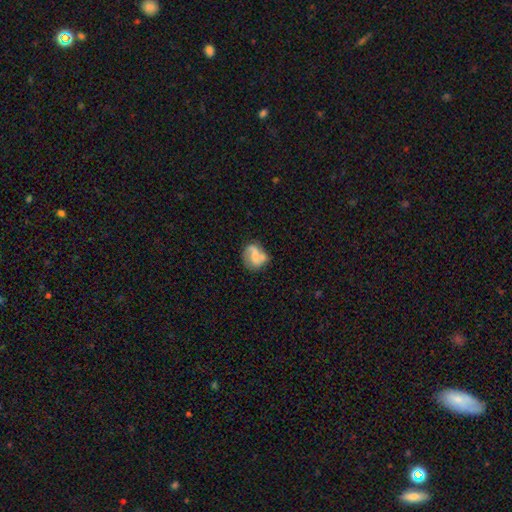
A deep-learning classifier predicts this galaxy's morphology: featured or disk 52%, smooth 40%, star or artifact 9%. Down the decision tree: edge-on disk — no (97%); bar — weak (34%); spiral arms — yes (69%); bulge size — none (51%); merging — none (50%).